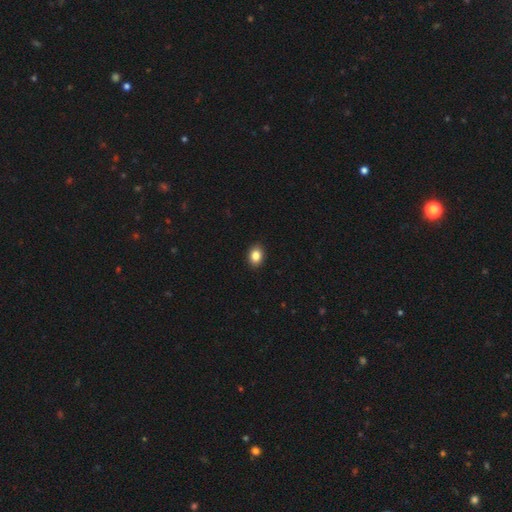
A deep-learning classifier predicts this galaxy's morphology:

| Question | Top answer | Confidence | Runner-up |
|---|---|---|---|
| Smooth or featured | smooth | 86% | star or artifact (9%) |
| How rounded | in between | 70% | round (29%) |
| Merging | none | 90% | minor disturbance (7%) |